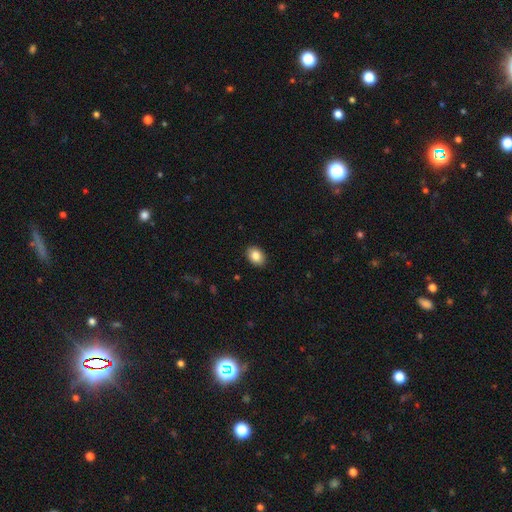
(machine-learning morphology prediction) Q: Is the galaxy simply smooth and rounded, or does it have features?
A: smooth — 86%.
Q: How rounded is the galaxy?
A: in between — 75%.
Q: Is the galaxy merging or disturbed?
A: none — 90%.